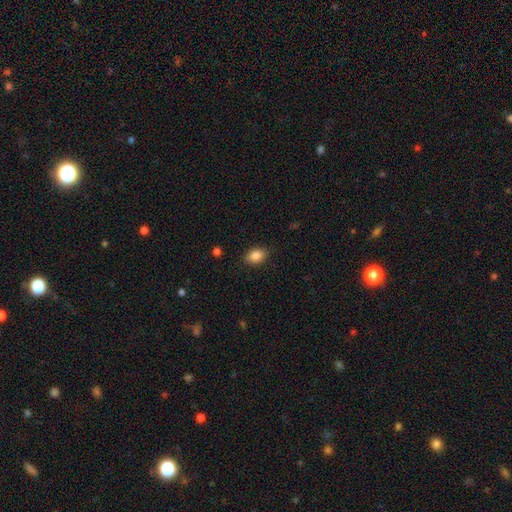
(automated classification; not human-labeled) Smooth or featured? Predicted: smooth (p=0.87). How rounded? Predicted: in between (p=0.79). Merging? Predicted: none (p=0.87).